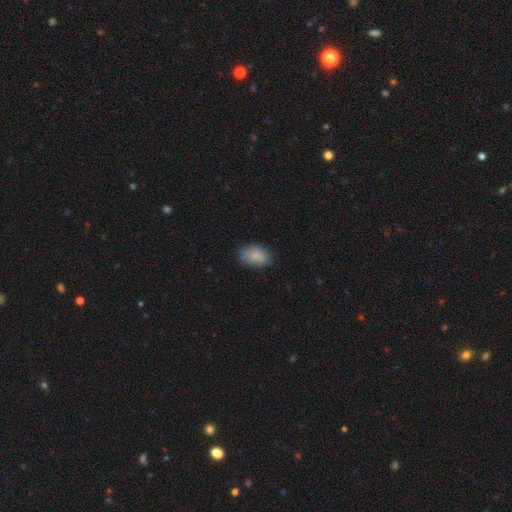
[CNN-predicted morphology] A smooth galaxy with no disk features (83%) that is in between round and cigar-shaped (88%). Merging: none (79%).